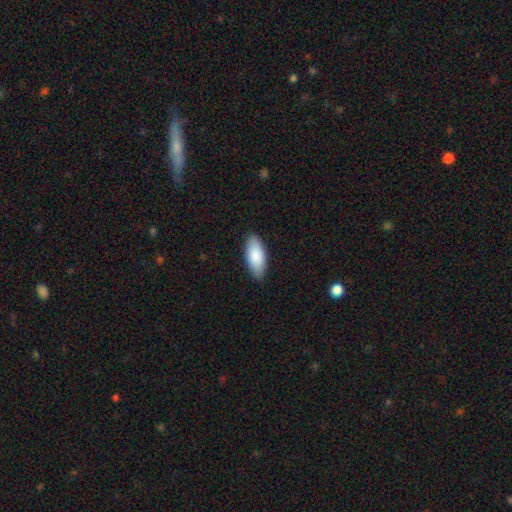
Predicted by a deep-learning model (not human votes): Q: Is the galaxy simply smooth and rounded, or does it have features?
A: smooth — 88%.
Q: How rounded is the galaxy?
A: in between — 87%.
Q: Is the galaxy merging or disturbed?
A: none — 86%.